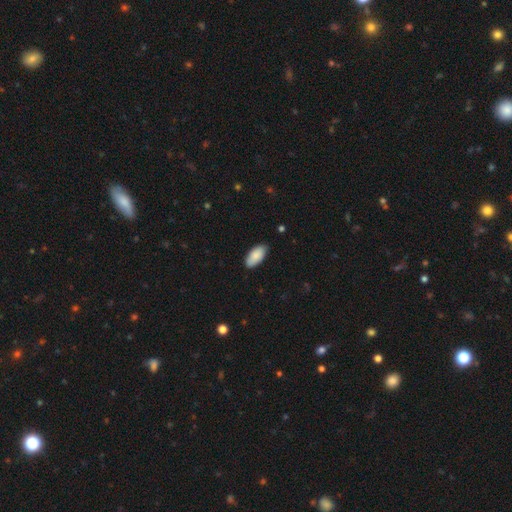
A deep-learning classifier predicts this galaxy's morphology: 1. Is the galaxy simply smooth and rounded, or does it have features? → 87% smooth, 7% featured or disk, 6% star or artifact.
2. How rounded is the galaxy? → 93% in between, 5% cigar-shaped, 2% round.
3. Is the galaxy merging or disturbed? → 85% none, 12% minor disturbance, 2% major disturbance, 1% merger.